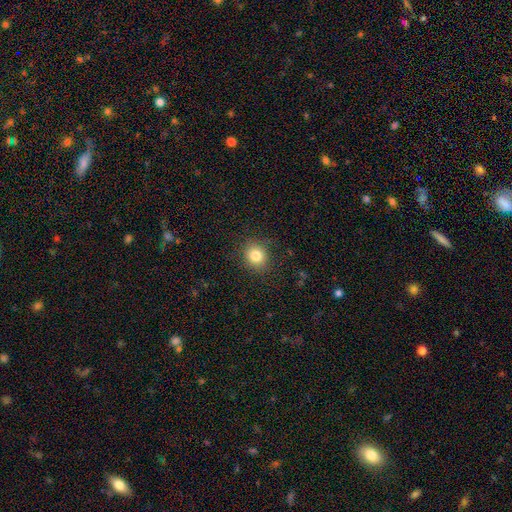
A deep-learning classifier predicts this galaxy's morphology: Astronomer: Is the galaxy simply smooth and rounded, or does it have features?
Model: smooth — 82%.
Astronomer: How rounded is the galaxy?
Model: round — 74%.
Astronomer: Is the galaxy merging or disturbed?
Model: none — 88%.